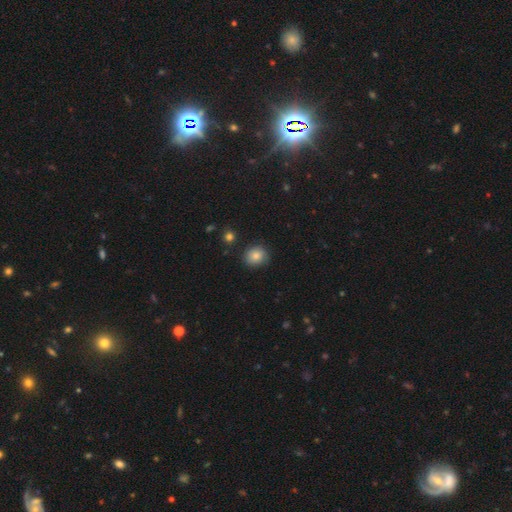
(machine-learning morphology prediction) The model was most divided on "how rounded": round: 80%, in between: 19%, cigar-shaped: 1%. More confident: merging — none (85%); smooth or featured — smooth (83%).